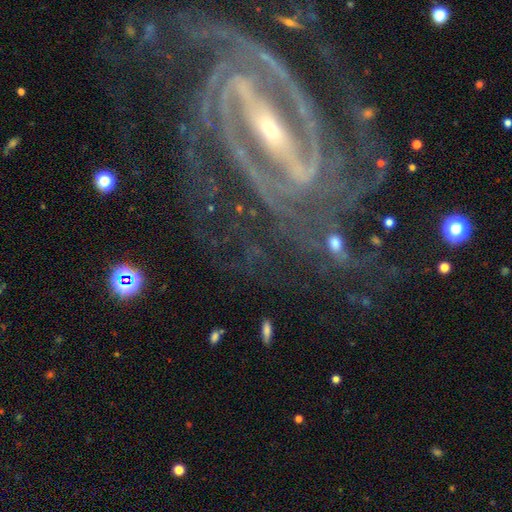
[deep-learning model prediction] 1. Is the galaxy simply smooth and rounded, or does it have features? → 89% featured or disk, 7% star or artifact, 4% smooth.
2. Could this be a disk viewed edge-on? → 95% no, 5% yes.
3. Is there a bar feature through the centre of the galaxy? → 75% strong, 15% weak, 10% no.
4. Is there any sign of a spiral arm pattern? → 97% yes, 3% no.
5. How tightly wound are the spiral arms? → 56% tight, 35% medium, 9% loose.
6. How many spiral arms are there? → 44% 2, 16% 3, 14% can't tell, 10% 4, 8% more than 4, 8% 1.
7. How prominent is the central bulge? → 74% small, 21% moderate, 2% large, 1% none, 1% dominant.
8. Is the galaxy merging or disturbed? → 64% none, 16% major disturbance, 16% minor disturbance, 4% merger.